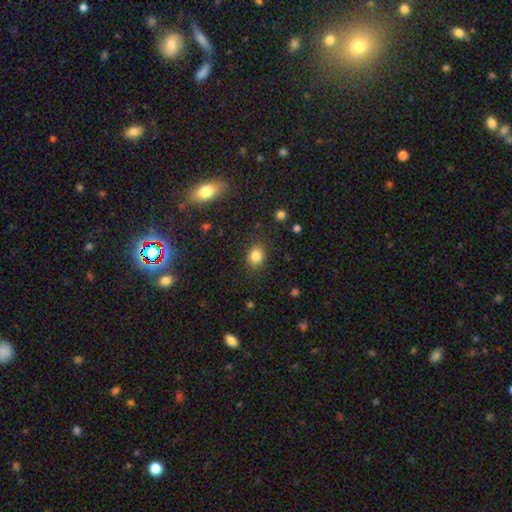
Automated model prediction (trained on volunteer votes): Overall: smooth (83%). How rounded: round (60%; in between 39%). Merging: none (85%).